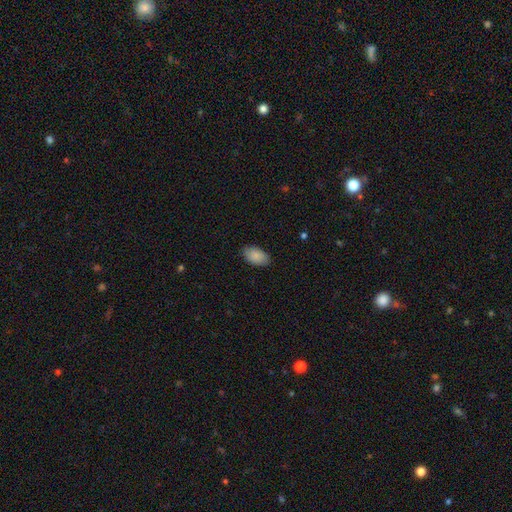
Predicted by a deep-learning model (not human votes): smooth_or_featured: smooth (p=0.89) [alt: star or artifact p=0.06]
how_rounded: in between (p=0.94) [alt: round p=0.04]
merging: none (p=0.87) [alt: minor disturbance p=0.10]